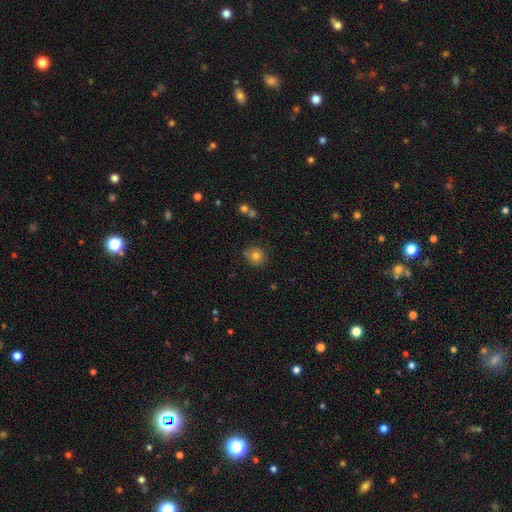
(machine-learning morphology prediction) smooth-or-featured: smooth: 78% | star or artifact: 12% | featured or disk: 10%
  how-rounded: round: 85% | in between: 14% | cigar-shaped: 1%
  merging: none: 82% | minor disturbance: 13% | merger: 3% | major disturbance: 3%